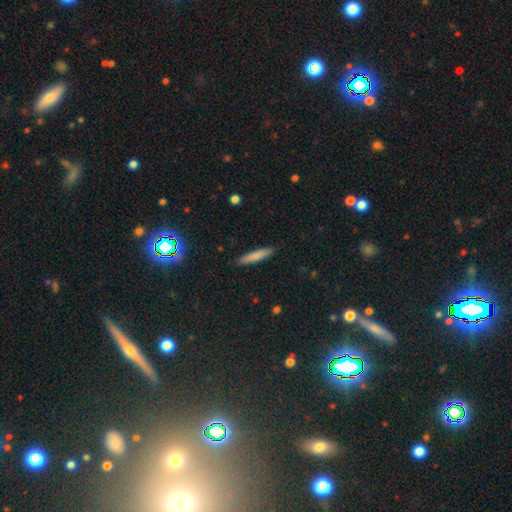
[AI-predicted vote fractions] smooth 80%, featured or disk 13%, star or artifact 6%. Down the decision tree: how rounded — cigar-shaped (90%); merging — none (90%).